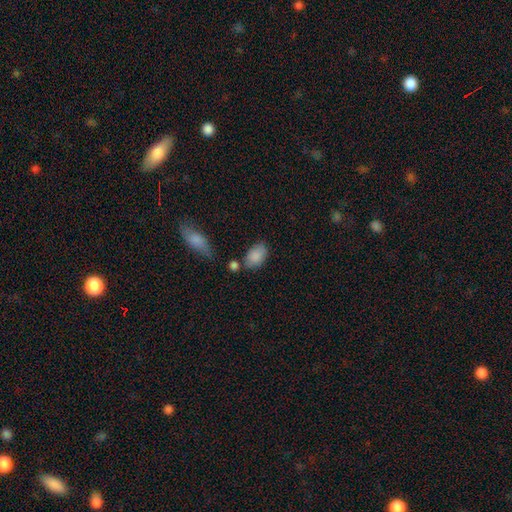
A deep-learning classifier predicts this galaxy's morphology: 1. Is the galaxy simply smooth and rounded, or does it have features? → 86% smooth, 7% star or artifact, 7% featured or disk.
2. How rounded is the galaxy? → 89% in between, 9% round, 2% cigar-shaped.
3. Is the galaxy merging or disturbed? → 59% none, 21% minor disturbance, 13% merger, 6% major disturbance.